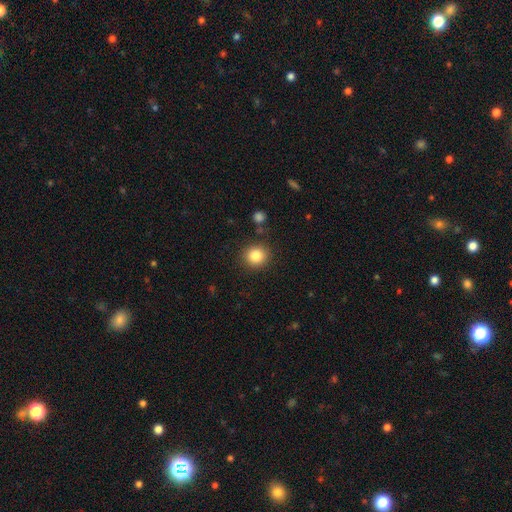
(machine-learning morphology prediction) smooth-or-featured: smooth: 84% | star or artifact: 11% | featured or disk: 6%
  how-rounded: round: 87% | in between: 12% | cigar-shaped: 1%
  merging: none: 87% | minor disturbance: 8% | major disturbance: 3% | merger: 2%